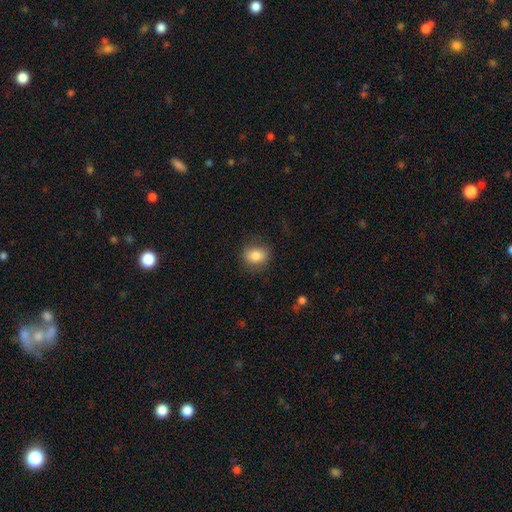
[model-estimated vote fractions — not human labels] Morphology: type=smooth (83%); roundness=in between (52%); merging=none (78%).